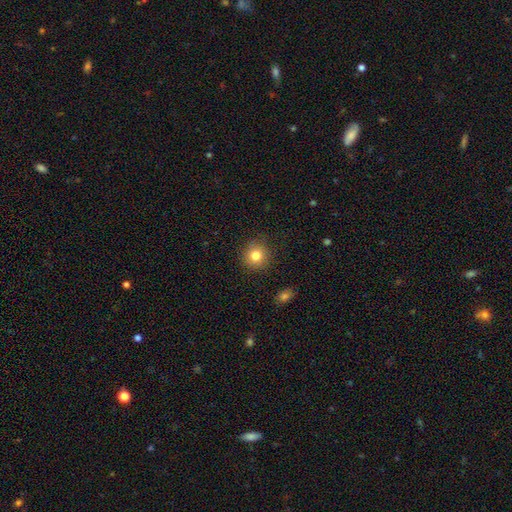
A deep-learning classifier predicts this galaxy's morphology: This is clearly a smooth galaxy (82%). How rounded: clearly round (88%). Merging: clearly none (88%).